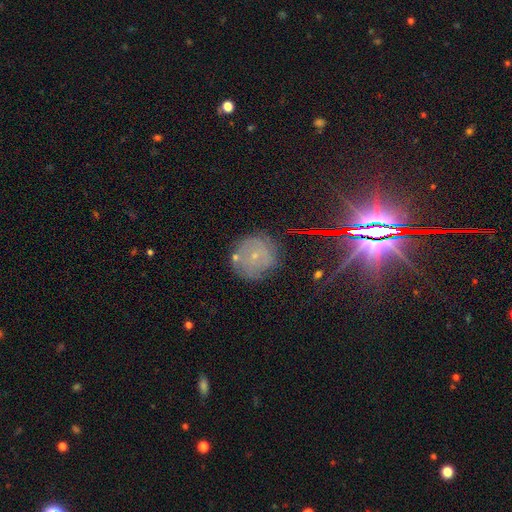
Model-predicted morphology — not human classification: Q: Smooth or featured?
A: featured or disk (48%); runner-up: smooth (32%)
Q: Merging?
A: none (77%); runner-up: minor disturbance (14%)